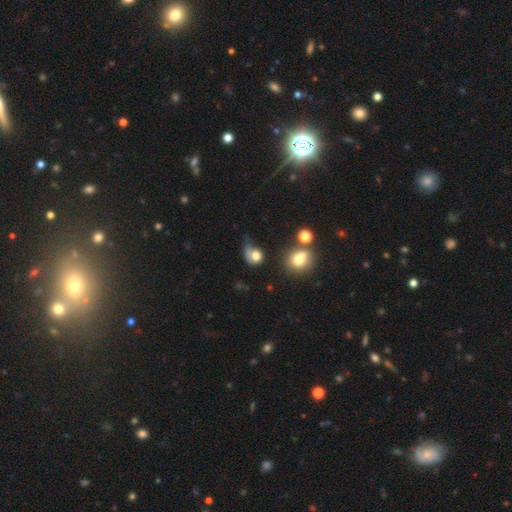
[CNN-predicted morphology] Smooth or featured? smooth (74%)
How rounded? round (64%)
Merging? major disturbance (33%)